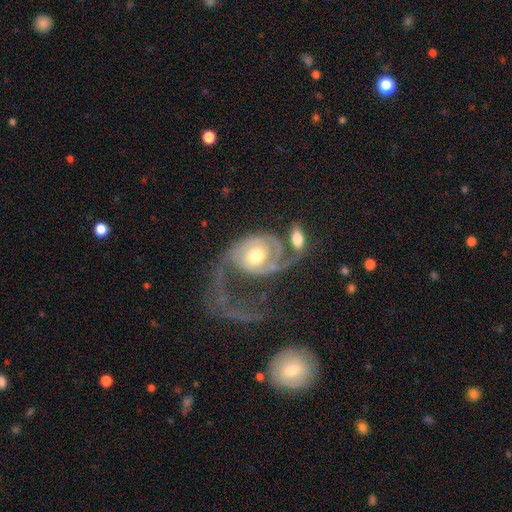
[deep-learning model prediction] Smooth or featured: featured or disk — 83% (smooth — 12%)
Edge-on disk: no — 96% (yes — 4%)
Bar: no — 73% (weak — 21%)
Spiral arms: yes — 90% (no — 10%)
Spiral winding: loose — 35% (medium — 34%)
Spiral arm count: 2 — 58% (1 — 20%)
Bulge size: moderate — 70% (large — 16%)
Merging: major disturbance — 45% (merger — 24%)